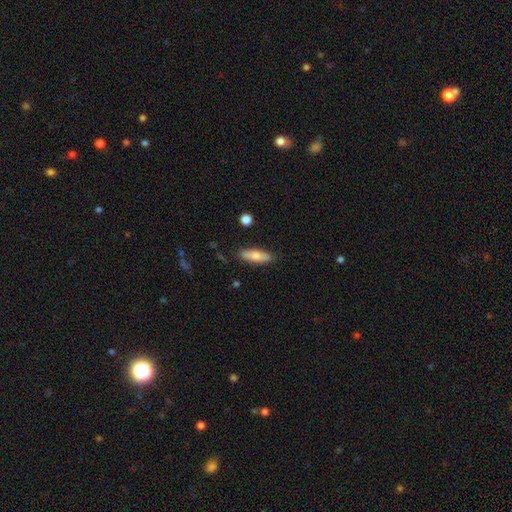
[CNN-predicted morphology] Smooth or featured?
  - smooth: 71% *
  - featured or disk: 23%
  - star or artifact: 6%
How rounded?
  - cigar-shaped: 50% *
  - in between: 48%
  - round: 2%
Merging?
  - none: 86% *
  - minor disturbance: 10%
  - major disturbance: 2%
  - merger: 2%